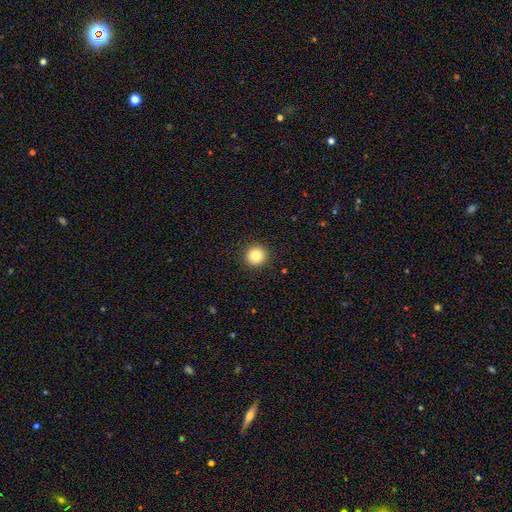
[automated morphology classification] This is clearly a smooth galaxy (84%). How rounded: clearly round (95%). Merging: clearly none (92%).